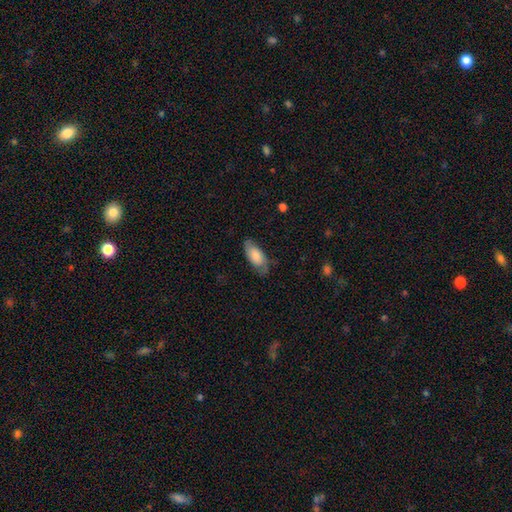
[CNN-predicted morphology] Smooth or featured? Predicted: smooth (p=0.75). How rounded? Predicted: in between (p=0.87). Merging? Predicted: none (p=0.69).